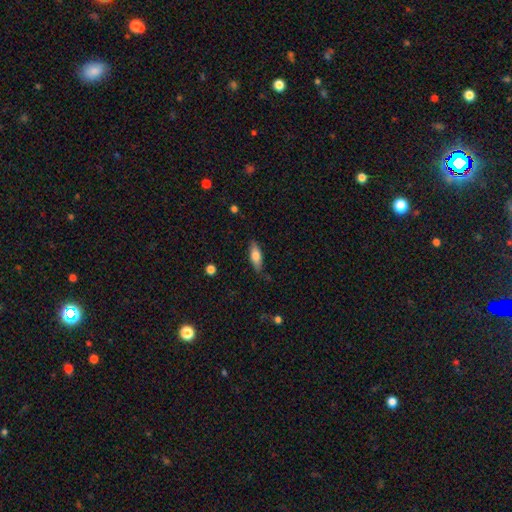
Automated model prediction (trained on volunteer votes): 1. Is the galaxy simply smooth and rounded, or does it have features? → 73% smooth, 21% featured or disk, 6% star or artifact.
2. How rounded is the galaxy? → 65% in between, 32% cigar-shaped, 2% round.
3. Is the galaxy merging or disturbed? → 78% none, 17% minor disturbance, 3% major disturbance, 2% merger.